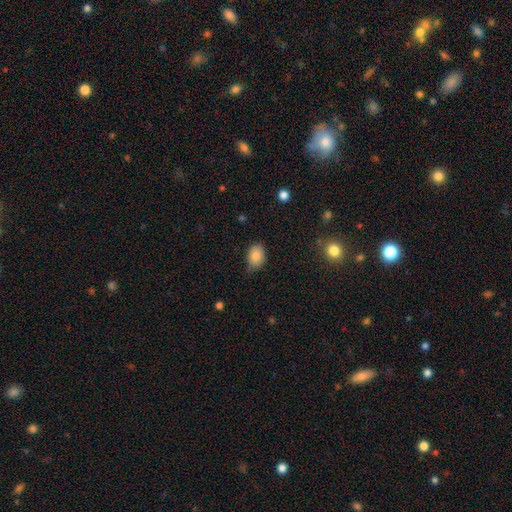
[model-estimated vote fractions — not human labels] This appears to be a smooth galaxy with no disk features (84%) that is in between round and cigar-shaped (72%). Merging: none (65%).